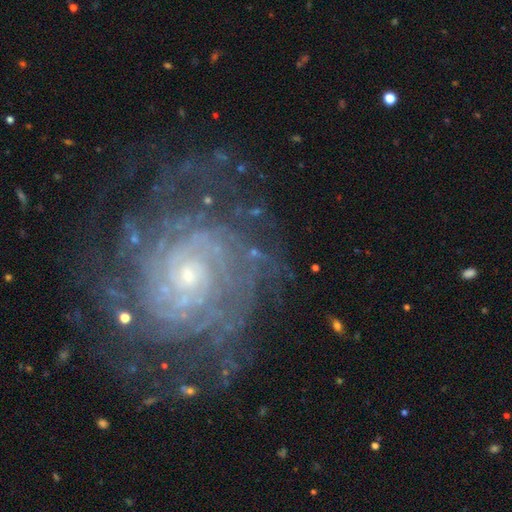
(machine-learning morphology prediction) This appears to be a featured or disk galaxy (86%) with no bar (75%), tight (76%) spiral arms (97%) and a small central bulge (74%). Merging: none (70%).